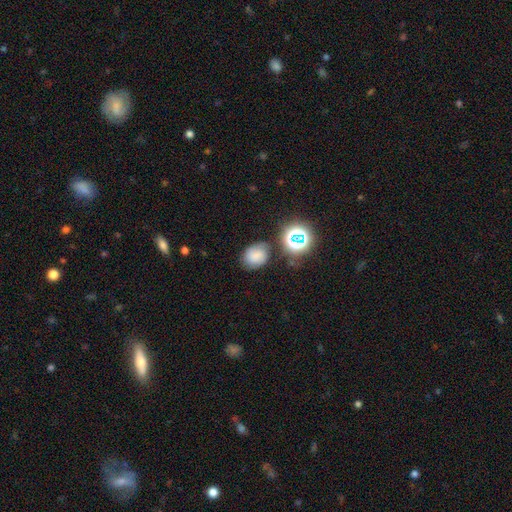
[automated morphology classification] The model was most divided on "how rounded": round: 54%, in between: 45%, cigar-shaped: 1%. More confident: merging — none (69%); smooth or featured — smooth (64%).